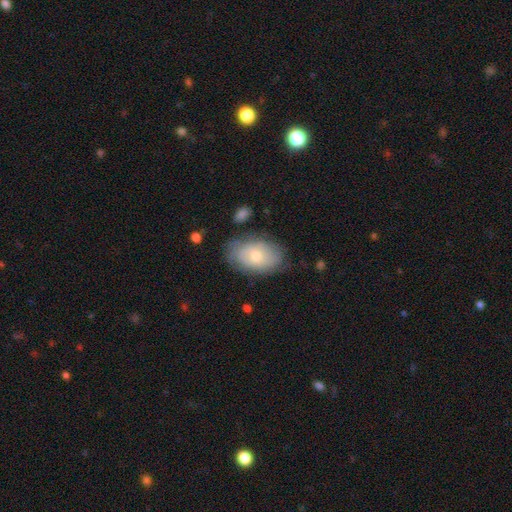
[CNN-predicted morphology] A smooth galaxy with no disk features (60%) that is in between round and cigar-shaped (90%). Merging: none (69%).